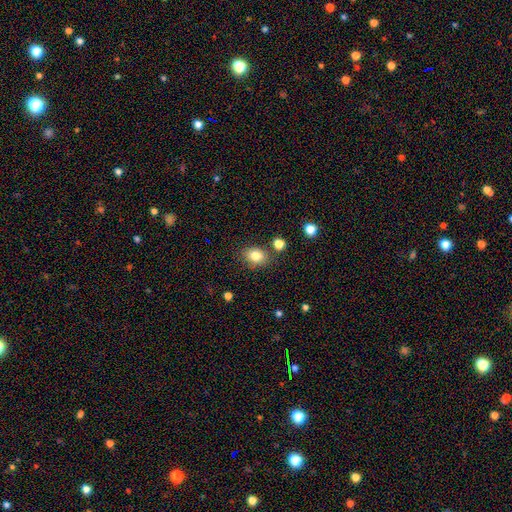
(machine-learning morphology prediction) Overall: smooth (81%). How rounded: in between (54%; round 45%). Merging: none (79%).